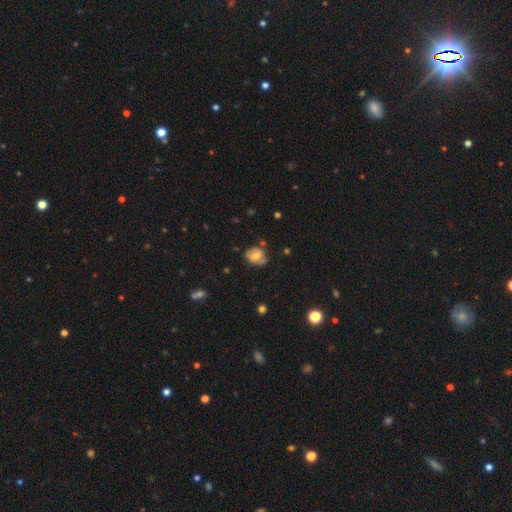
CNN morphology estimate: The model was most divided on "how rounded": round: 53%, in between: 45%, cigar-shaped: 1%. More confident: merging — none (64%); smooth or featured — smooth (54%).